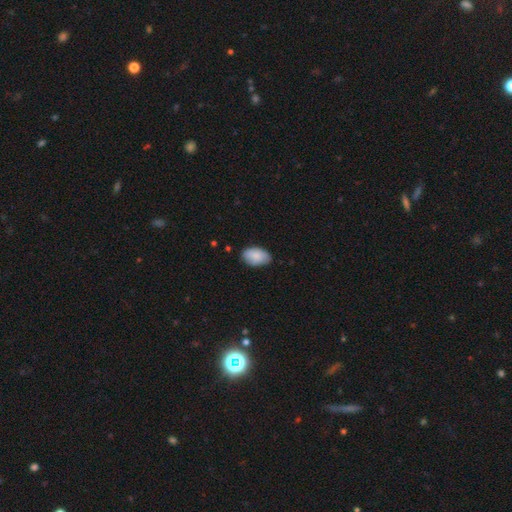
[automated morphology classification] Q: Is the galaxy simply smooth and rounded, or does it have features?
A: smooth — 84%.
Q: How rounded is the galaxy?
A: in between — 93%.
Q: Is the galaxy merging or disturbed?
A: none — 77%.